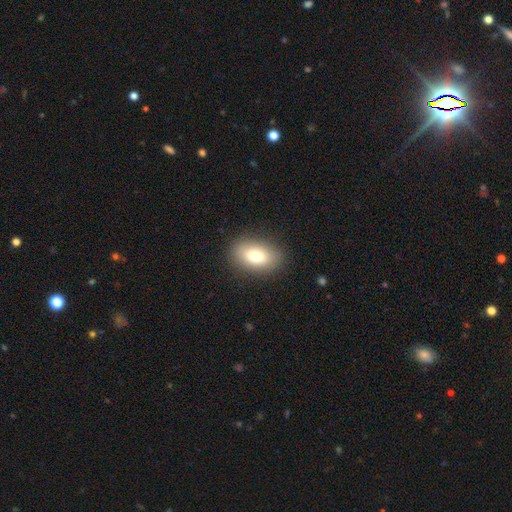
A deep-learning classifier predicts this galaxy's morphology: This is likely a smooth galaxy (78%). How rounded: clearly in between (87%). Merging: clearly none (87%).